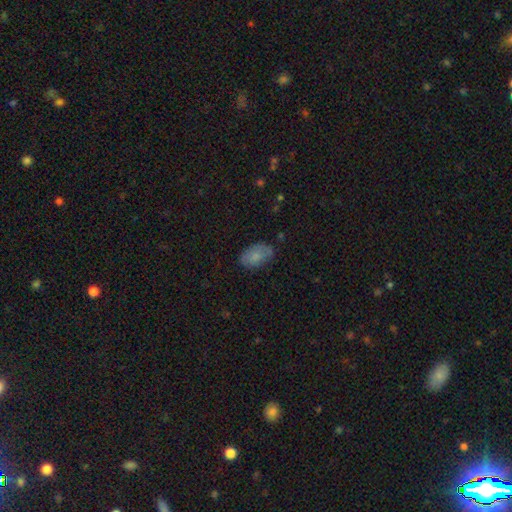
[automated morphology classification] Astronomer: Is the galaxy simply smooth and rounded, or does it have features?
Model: smooth — 77%.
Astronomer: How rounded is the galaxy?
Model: in between — 92%.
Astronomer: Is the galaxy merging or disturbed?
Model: none — 72%.